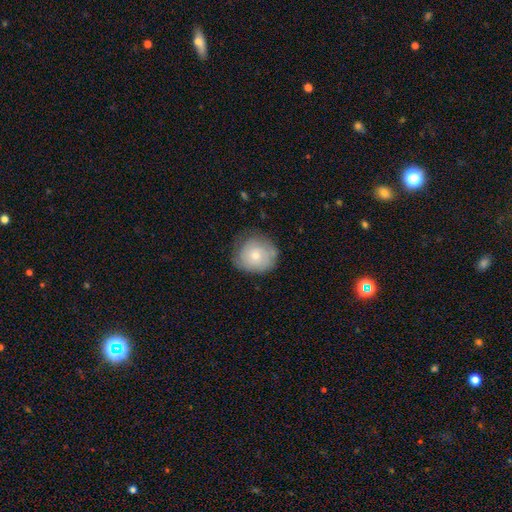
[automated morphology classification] Smooth or featured: smooth — 56% (featured or disk — 37%)
How rounded: round — 85% (in between — 15%)
Merging: none — 72% (minor disturbance — 21%)